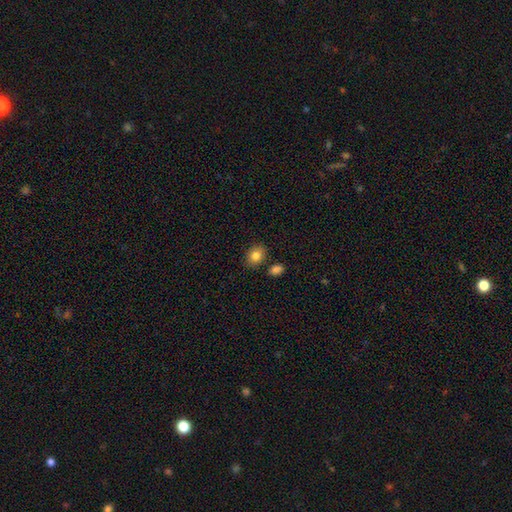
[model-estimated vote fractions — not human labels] smooth 84%, star or artifact 9%, featured or disk 7%. Down the decision tree: how rounded — in between (52%); merging — none (81%).